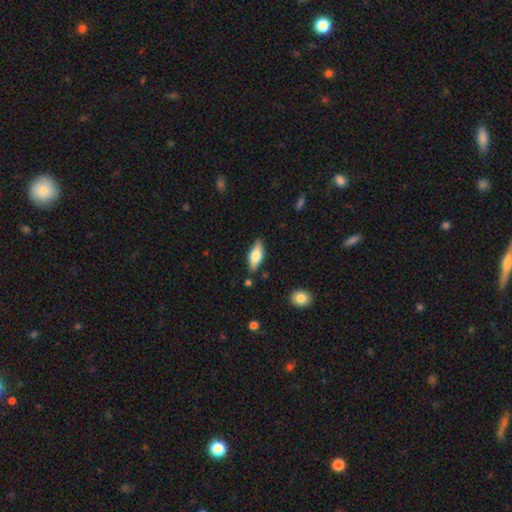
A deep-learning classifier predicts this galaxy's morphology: Smooth or featured? smooth (65%)
How rounded? in between (73%)
Merging? none (83%)